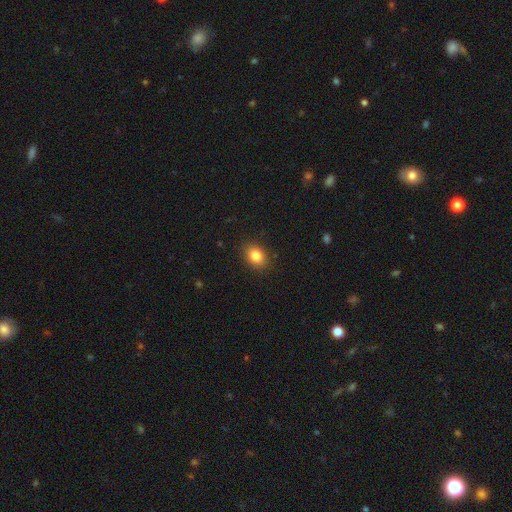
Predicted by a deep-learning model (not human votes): The model was most divided on "how rounded": in between: 70%, round: 29%, cigar-shaped: 1%. More confident: merging — none (88%); smooth or featured — smooth (84%).